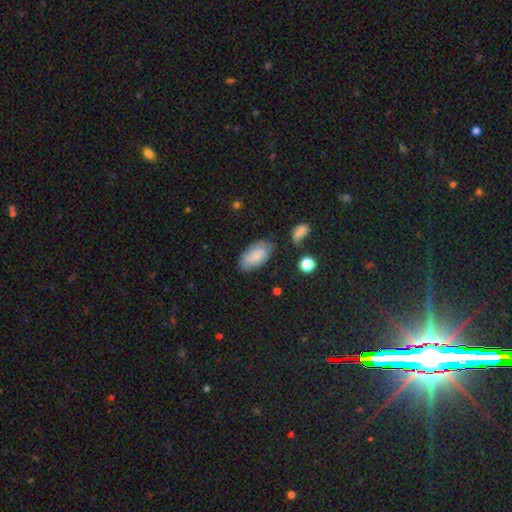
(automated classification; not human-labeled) A smooth galaxy with no disk features (71%) that is in between round and cigar-shaped (93%). Merging: none (67%).